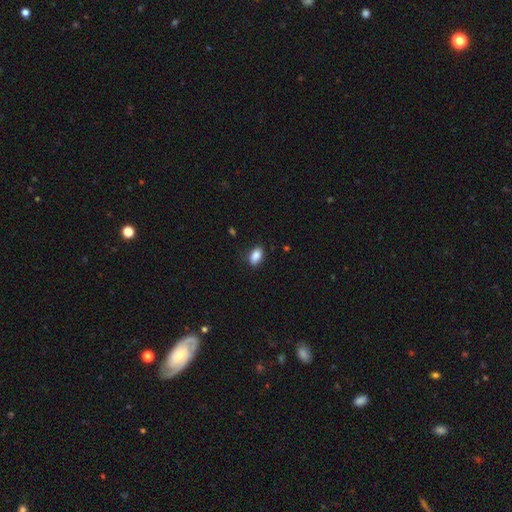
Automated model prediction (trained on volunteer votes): Morphology: type=smooth (88%); roundness=in between (90%); merging=none (84%).